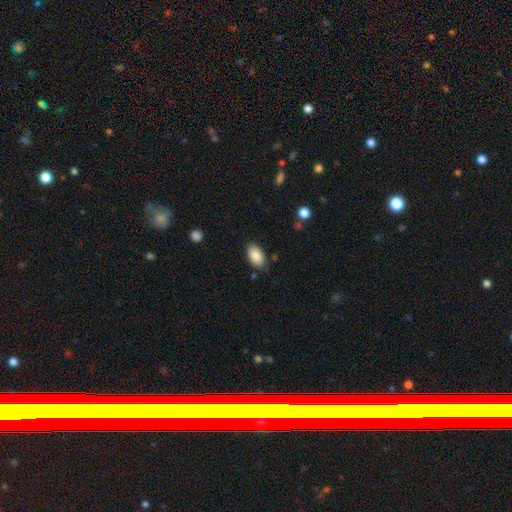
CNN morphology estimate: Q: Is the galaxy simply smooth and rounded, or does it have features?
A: smooth — 87%.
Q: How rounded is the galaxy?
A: in between — 93%.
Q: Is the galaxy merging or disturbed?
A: none — 85%.